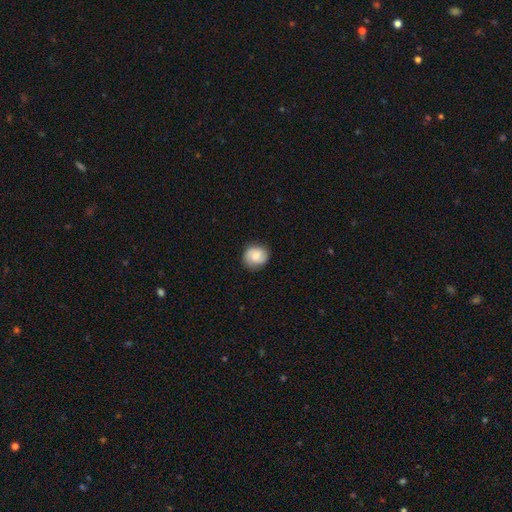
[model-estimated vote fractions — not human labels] The model was most divided on "smooth or featured": smooth: 71%, featured or disk: 21%, star or artifact: 8%. More confident: how rounded — round (83%); merging — none (83%).